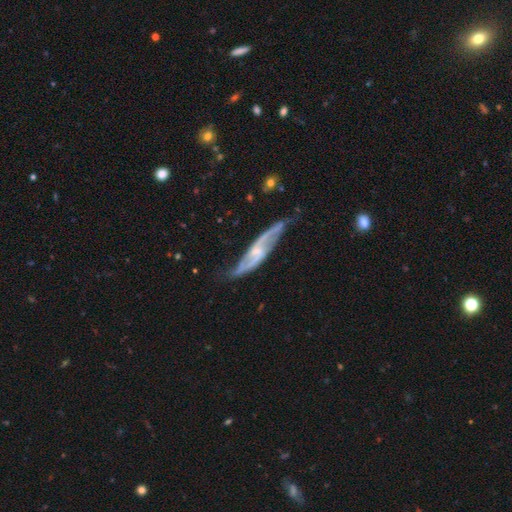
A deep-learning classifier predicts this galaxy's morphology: A featured or disk galaxy (82%) with no bar (45%), 2 (86%) loose (58%) spiral arms (93%) and a small central bulge (56%).

Vote fractions:
- Smooth or featured? featured or disk: 82% / smooth: 11% / star or artifact: 6%
- Edge-on disk? no: 69% / yes: 31%
- Bar? no: 45% / weak: 39% / strong: 16%
- Spiral arms? yes: 93% / no: 7%
- Spiral winding? loose: 58% / medium: 30% / tight: 12%
- Spiral arm count? 2: 86% / can't tell: 8% / 3: 2% / 1: 2% / 4: 1% / more than 4: 1%
- Bulge size? small: 56% / moderate: 28% / none: 12% / large: 2% / dominant: 1%
- Merging? none: 62% / minor disturbance: 24% / major disturbance: 11% / merger: 3%